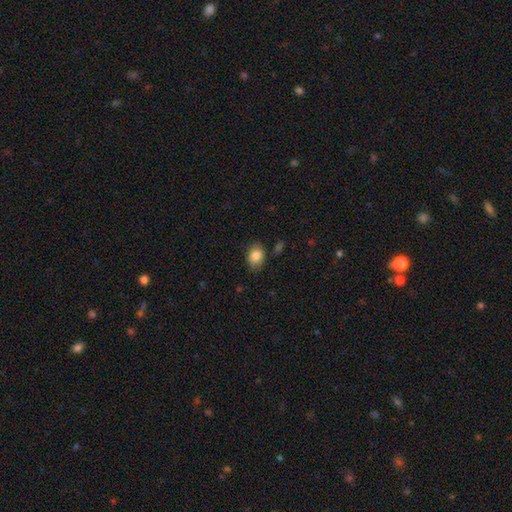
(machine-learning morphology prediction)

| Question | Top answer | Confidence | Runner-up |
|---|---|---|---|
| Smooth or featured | smooth | 85% | star or artifact (8%) |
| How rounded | in between | 74% | round (25%) |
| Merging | none | 79% | minor disturbance (15%) |